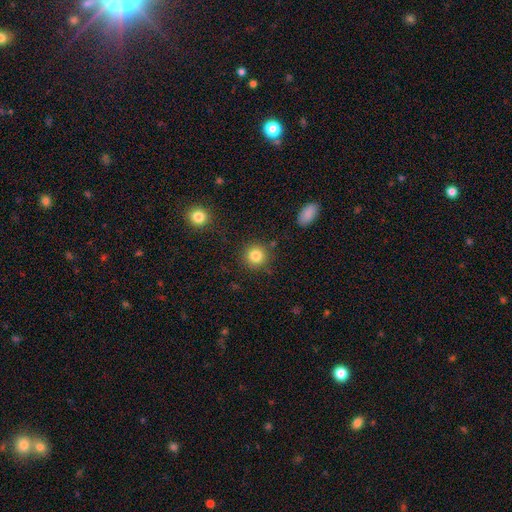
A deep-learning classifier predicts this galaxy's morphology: Overall: smooth (84%). How rounded: round (93%). Merging: none (86%).